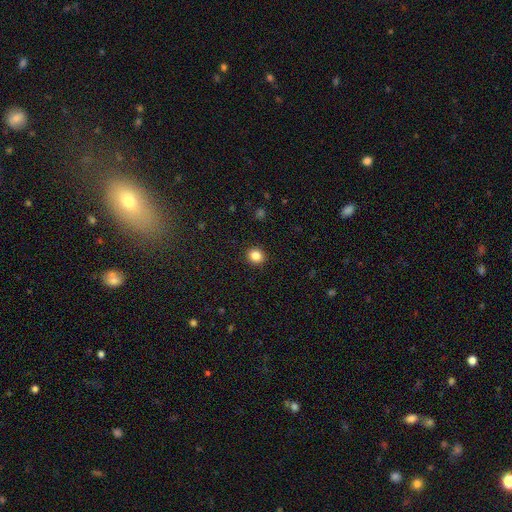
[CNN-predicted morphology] A smooth galaxy with no disk features (85%) that is round (83%). Merging: none (92%).